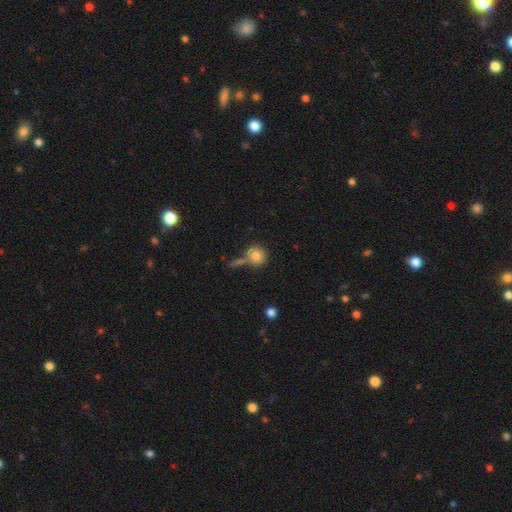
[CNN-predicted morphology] Smooth or featured? smooth (81%)
How rounded? round (92%)
Merging? none (62%)